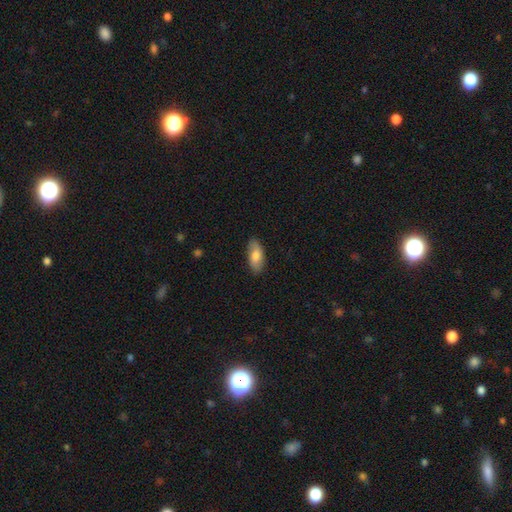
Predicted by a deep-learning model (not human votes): Morphology: type=smooth (76%); roundness=in between (88%); merging=none (85%).